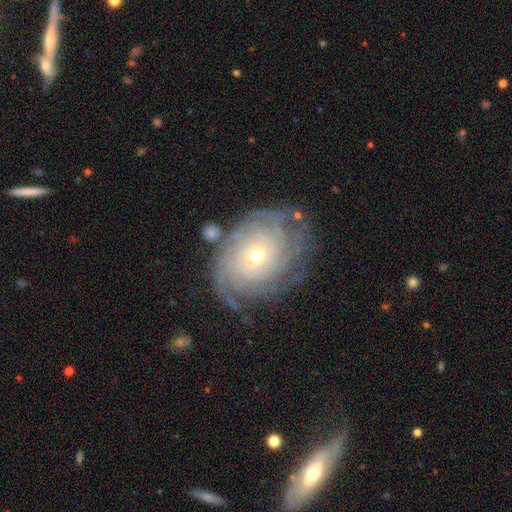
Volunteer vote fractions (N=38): Smooth or featured: featured or disk — 89% (smooth — 5%)
Edge-on disk: no — 94% (yes — 6%)
Bar: no — 81% (weak — 19%)
Spiral arms: yes — 100%
Spiral winding: tight — 78% (medium — 19%)
Spiral arm count: more than 4 — 38% (can't tell — 34%)
Bulge size: small — 62% (moderate — 31%)
Merging: none — 47% (minor disturbance — 33%)